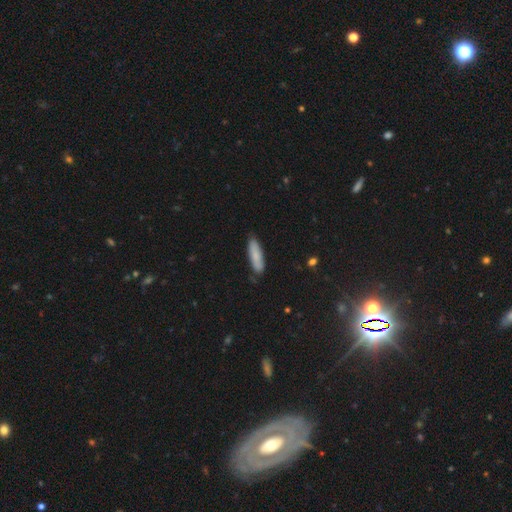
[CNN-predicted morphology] Q: Smooth or featured?
A: smooth (80%); runner-up: featured or disk (14%)
Q: How rounded?
A: cigar-shaped (61%); runner-up: in between (38%)
Q: Merging?
A: none (82%); runner-up: minor disturbance (15%)